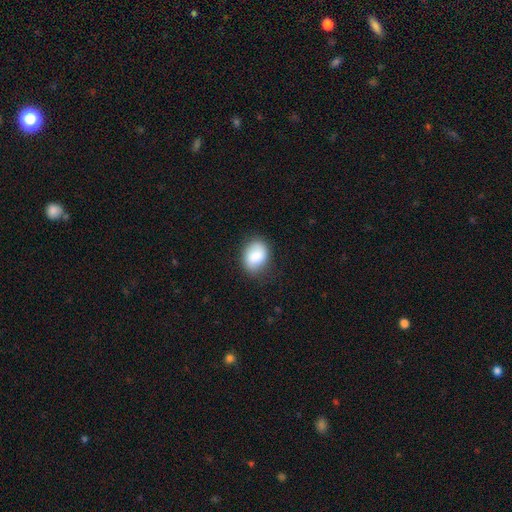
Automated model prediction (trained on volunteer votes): This is clearly a smooth galaxy (84%). How rounded: likely in between (66%). Merging: likely none (77%).